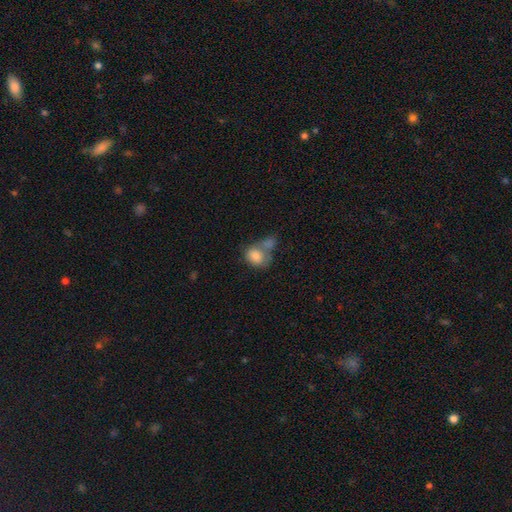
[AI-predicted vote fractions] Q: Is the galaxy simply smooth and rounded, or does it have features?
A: smooth — 82%.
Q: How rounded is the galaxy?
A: in between — 57%.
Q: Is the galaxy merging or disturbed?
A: merger — 58%.